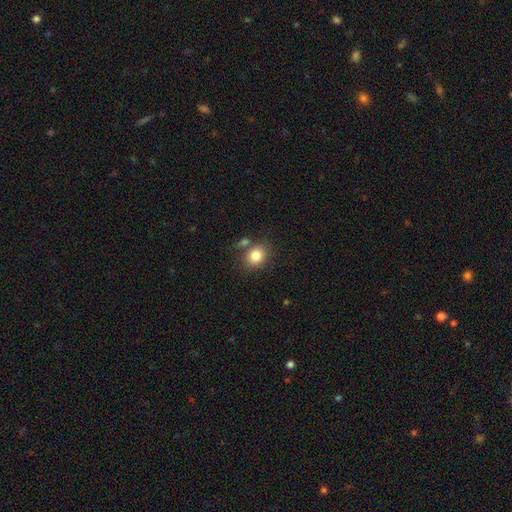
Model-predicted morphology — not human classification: smooth_or_featured: smooth (p=0.82) [alt: star or artifact p=0.10]
how_rounded: round (p=0.59) [alt: in between p=0.40]
merging: none (p=0.67) [alt: merger p=0.15]